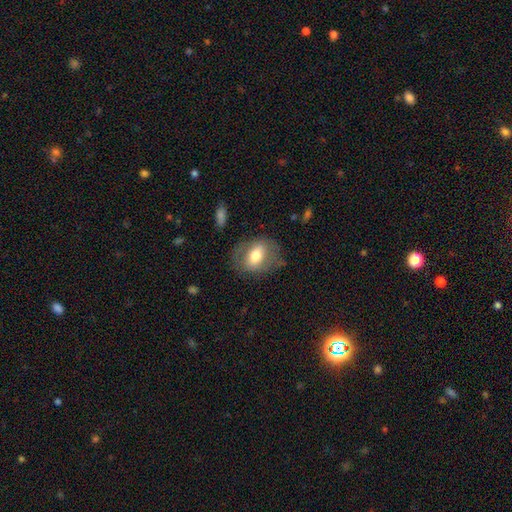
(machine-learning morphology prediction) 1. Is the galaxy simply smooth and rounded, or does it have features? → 55% smooth, 38% featured or disk, 7% star or artifact.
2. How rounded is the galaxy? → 72% in between, 25% round, 2% cigar-shaped.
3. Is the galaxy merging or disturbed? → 68% none, 20% minor disturbance, 11% major disturbance, 2% merger.